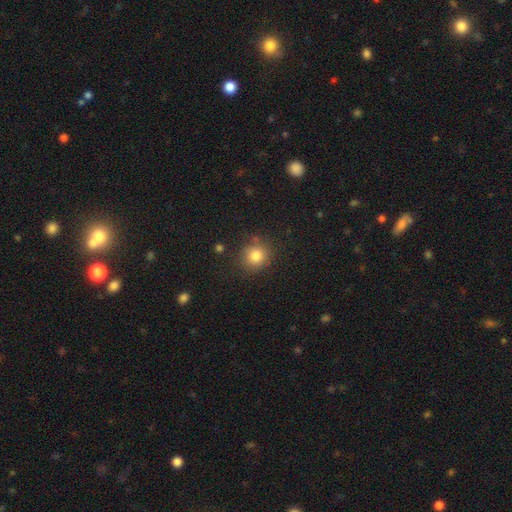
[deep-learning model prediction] Overall: smooth (82%). How rounded: round (86%). Merging: none (82%).